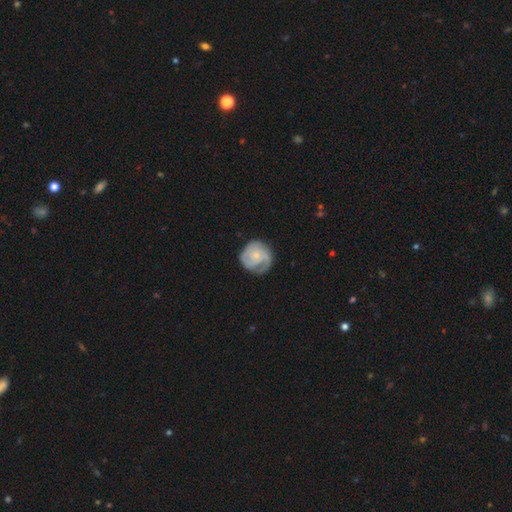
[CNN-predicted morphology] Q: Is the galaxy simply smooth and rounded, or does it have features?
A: featured or disk — 64%.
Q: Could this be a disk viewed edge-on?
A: no — 98%.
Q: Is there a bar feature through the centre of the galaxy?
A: no — 77%.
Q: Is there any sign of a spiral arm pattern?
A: yes — 90%.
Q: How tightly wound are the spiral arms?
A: tight — 55%.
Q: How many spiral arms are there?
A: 2 — 32%.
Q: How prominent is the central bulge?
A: small — 65%.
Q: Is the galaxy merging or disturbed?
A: none — 68%.